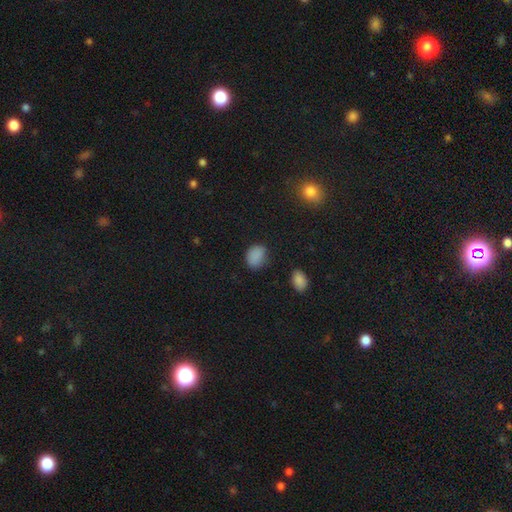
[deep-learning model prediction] A smooth galaxy with no disk features (84%) that is in between round and cigar-shaped (61%). Merging: none (72%).